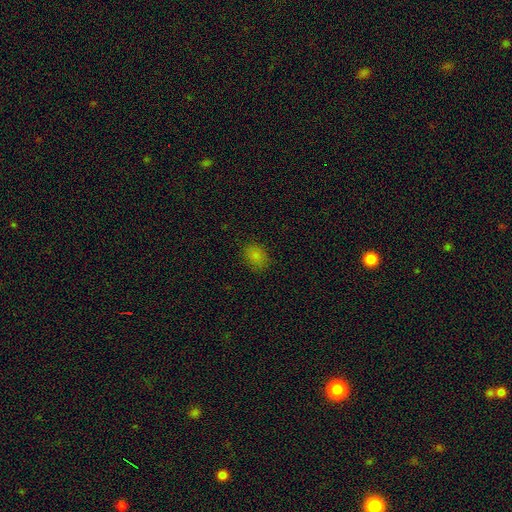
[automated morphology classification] Smooth or featured? smooth (81%)
How rounded? in between (64%)
Merging? none (82%)